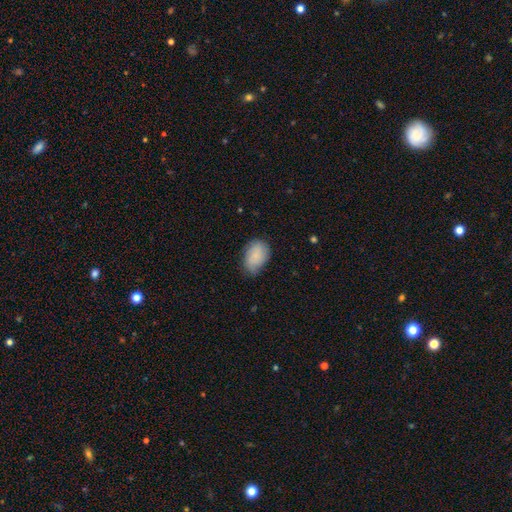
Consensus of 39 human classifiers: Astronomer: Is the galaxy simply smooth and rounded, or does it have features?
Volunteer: smooth — 82%.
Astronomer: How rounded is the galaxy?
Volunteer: in between — 81%.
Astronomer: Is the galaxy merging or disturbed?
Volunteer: none — 68%.